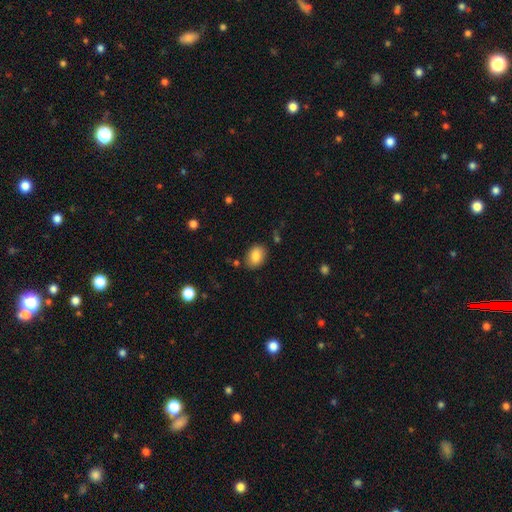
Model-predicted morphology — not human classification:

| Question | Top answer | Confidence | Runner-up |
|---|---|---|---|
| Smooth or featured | smooth | 85% | star or artifact (8%) |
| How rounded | in between | 74% | round (25%) |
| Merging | none | 83% | minor disturbance (12%) |